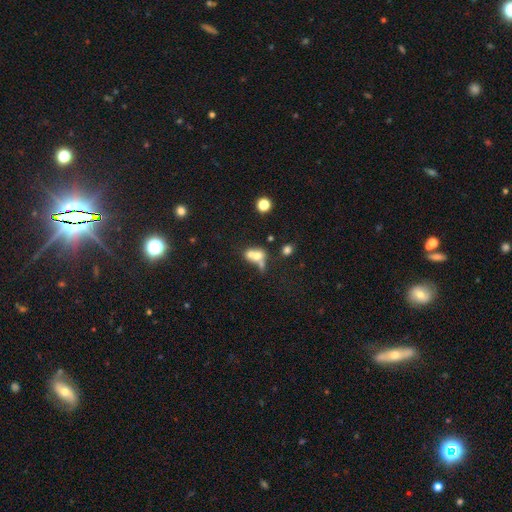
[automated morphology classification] type=smooth (63%); roundness=in between (54%); merging=merger (67%).